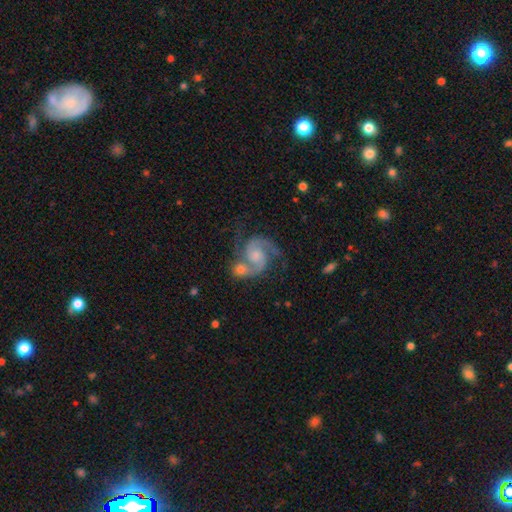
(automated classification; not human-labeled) Smooth or featured? Predicted: featured or disk (p=0.89). Edge-on disk? Predicted: no (p=0.98). Bar? Predicted: no (p=0.64). Spiral arms? Predicted: yes (p=0.98). Spiral winding? Predicted: medium (p=0.60). Spiral arm count? Predicted: 2 (p=0.91). Bulge size? Predicted: moderate (p=0.40). Merging? Predicted: none (p=0.41).